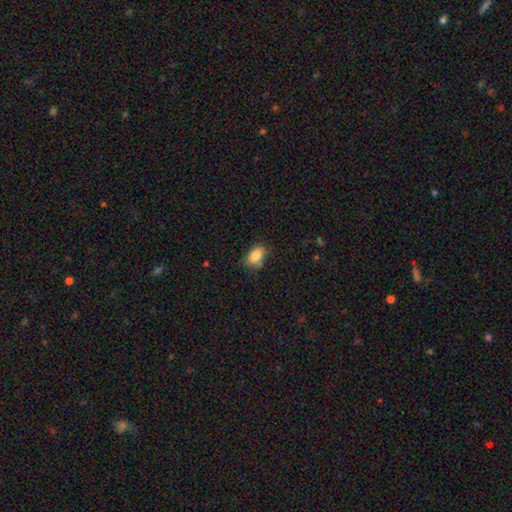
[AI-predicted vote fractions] smooth 84%, star or artifact 9%, featured or disk 7%. Down the decision tree: how rounded — in between (84%); merging — none (73%).